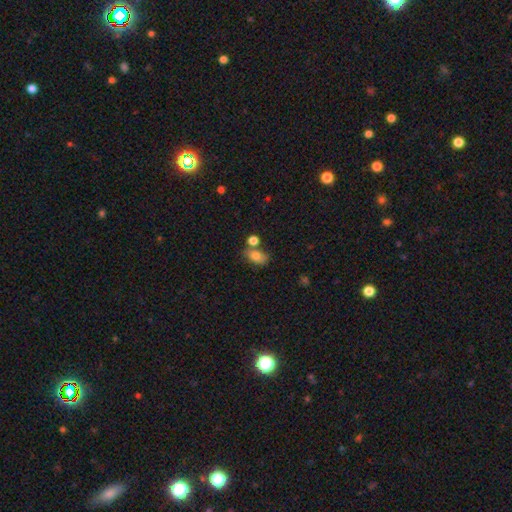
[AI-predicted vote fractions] smooth_or_featured: smooth (p=0.76) [alt: featured or disk p=0.13]
how_rounded: in between (p=0.81) [alt: round p=0.16]
merging: none (p=0.53) [alt: merger p=0.23]